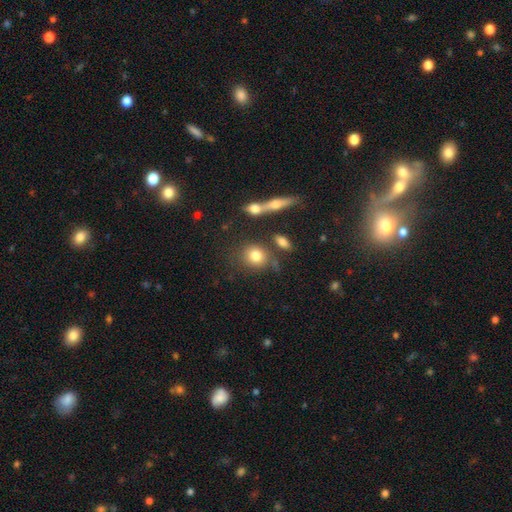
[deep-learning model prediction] Smooth or featured? smooth (79%)
How rounded? round (70%)
Merging? none (67%)